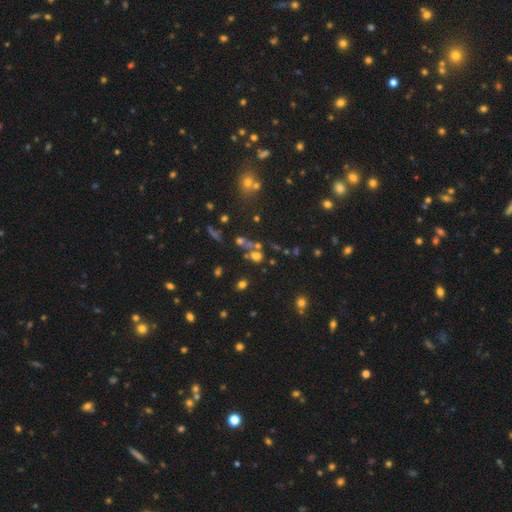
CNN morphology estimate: smooth_or_featured: smooth (p=0.51) [alt: star or artifact p=0.33]
how_rounded: round (p=0.65) [alt: in between p=0.32]
merging: none (p=0.45) [alt: merger p=0.36]